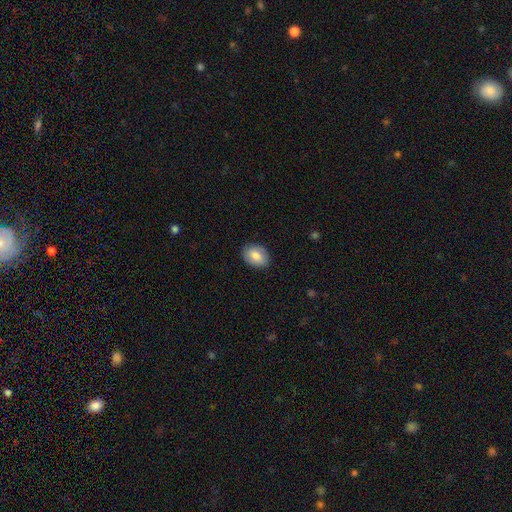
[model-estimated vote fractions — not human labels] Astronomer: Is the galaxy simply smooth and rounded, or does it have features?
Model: smooth — 84%.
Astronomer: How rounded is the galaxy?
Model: in between — 79%.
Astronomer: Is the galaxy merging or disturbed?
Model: none — 87%.